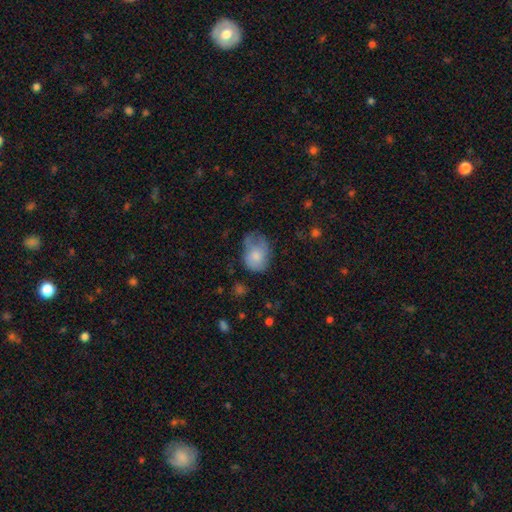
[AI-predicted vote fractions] Smooth or featured: smooth — 73% (featured or disk — 19%)
How rounded: in between — 68% (round — 31%)
Merging: minor disturbance — 38% (none — 32%)